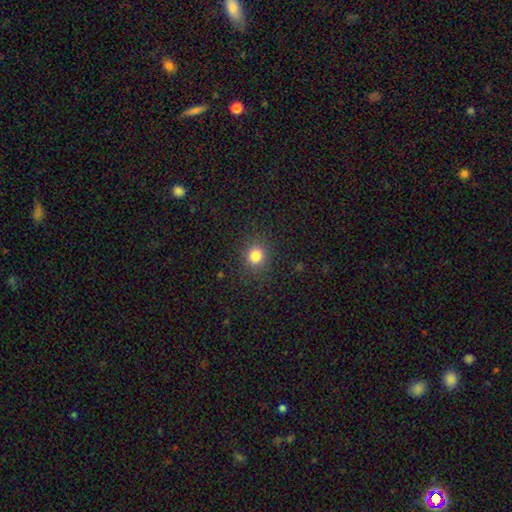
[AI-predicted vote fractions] A smooth galaxy with no disk features (82%) that is round (82%). Merging: none (87%).